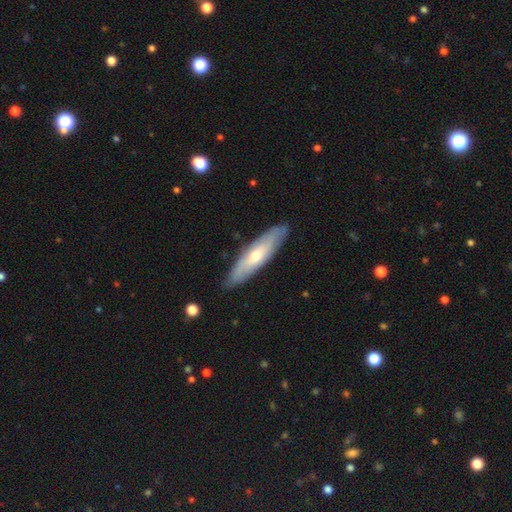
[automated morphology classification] Smooth or featured: featured or disk — 49% (smooth — 46%)
Merging: none — 86% (minor disturbance — 11%)